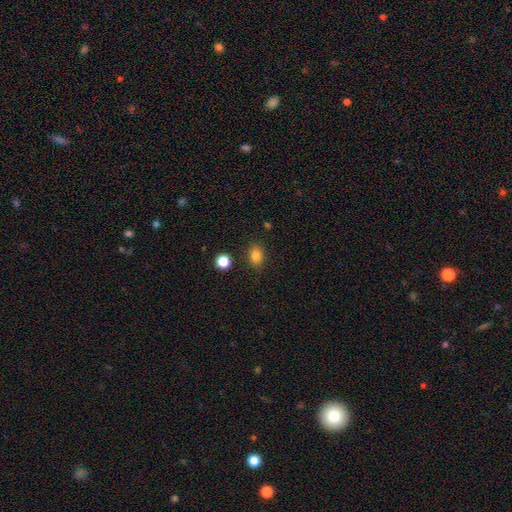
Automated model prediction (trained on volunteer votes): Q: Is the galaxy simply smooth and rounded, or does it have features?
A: smooth — 84%.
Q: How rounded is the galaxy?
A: in between — 61%.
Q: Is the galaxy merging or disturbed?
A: none — 84%.